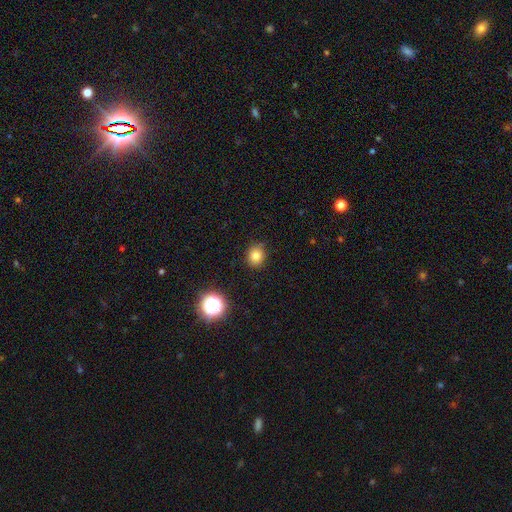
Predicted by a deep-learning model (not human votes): smooth_or_featured: smooth (p=0.81) [alt: star or artifact p=0.13]
how_rounded: round (p=0.75) [alt: in between p=0.24]
merging: none (p=0.85) [alt: minor disturbance p=0.11]